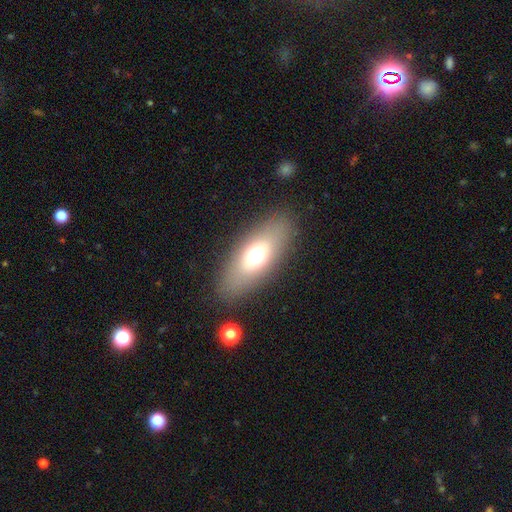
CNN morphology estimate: This appears to be a smooth galaxy with no disk features (62%) that is in between round and cigar-shaped (78%). Merging: none (86%).